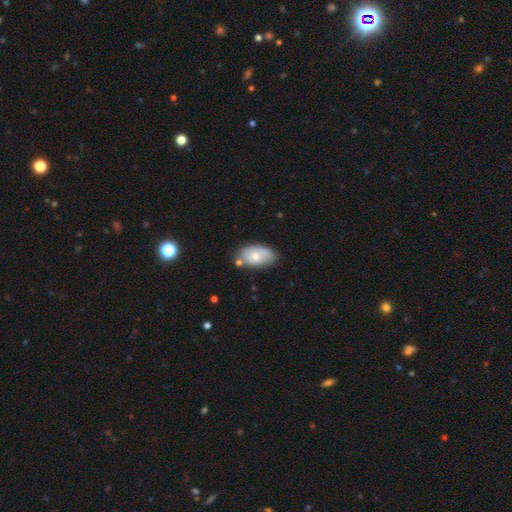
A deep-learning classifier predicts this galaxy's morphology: Overall: smooth (63%; featured or disk 31%). How rounded: in between (92%). Merging: none (61%; minor disturbance 24%).